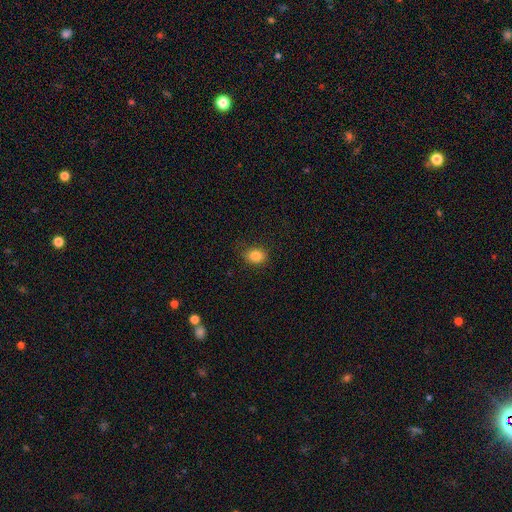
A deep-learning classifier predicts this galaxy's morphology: Q: Smooth or featured?
A: smooth (85%); runner-up: star or artifact (10%)
Q: How rounded?
A: in between (57%); runner-up: round (42%)
Q: Merging?
A: none (76%); runner-up: minor disturbance (18%)